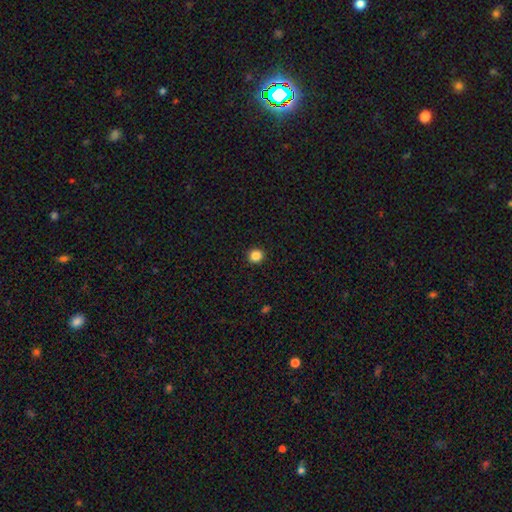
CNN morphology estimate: This is clearly a smooth galaxy (85%). How rounded: clearly round (93%). Merging: clearly none (93%).